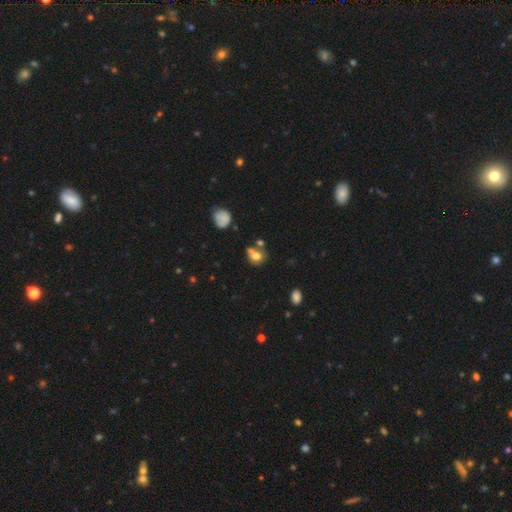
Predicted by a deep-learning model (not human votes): This is likely a smooth galaxy (72%). How rounded: likely round (61%). Merging: marginally none (39%).